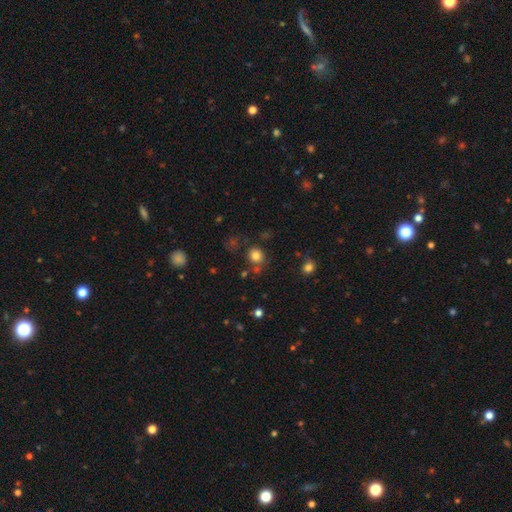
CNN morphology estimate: Overall: smooth (81%). How rounded: round (80%). Merging: none (76%).